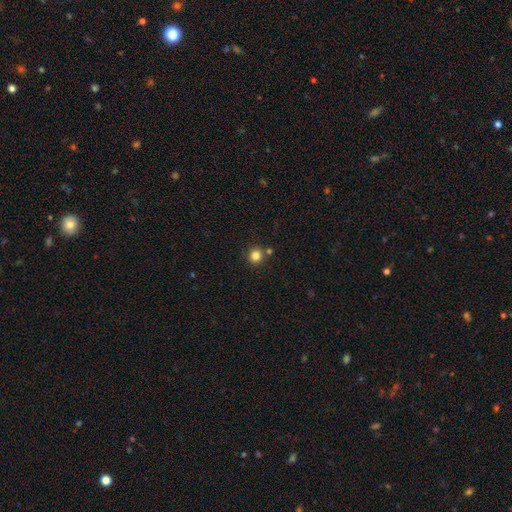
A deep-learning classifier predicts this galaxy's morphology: The model was most divided on "merging": none: 79%, merger: 10%, minor disturbance: 8%, major disturbance: 3%. More confident: how rounded — round (93%); smooth or featured — smooth (82%).